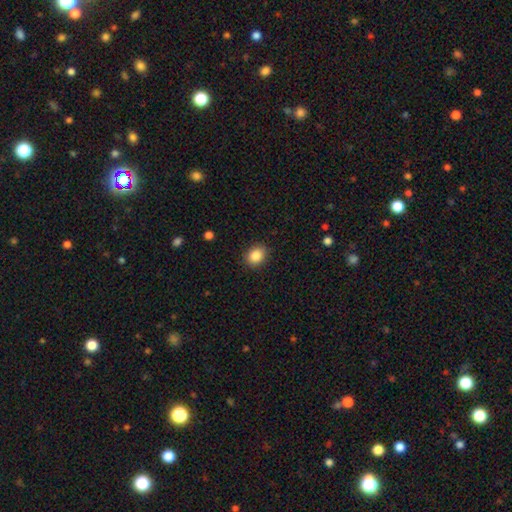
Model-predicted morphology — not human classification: Overall: smooth (86%). How rounded: round (53%; in between 46%). Merging: none (88%).